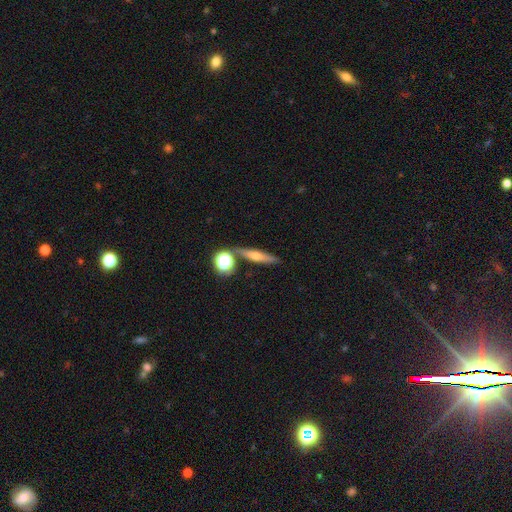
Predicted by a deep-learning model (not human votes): smooth-or-featured: featured or disk: 52% | smooth: 35% | star or artifact: 13%
  disk-edge-on: yes: 92% | no: 8%
  merging: none: 81% | minor disturbance: 9% | merger: 8% | major disturbance: 3%